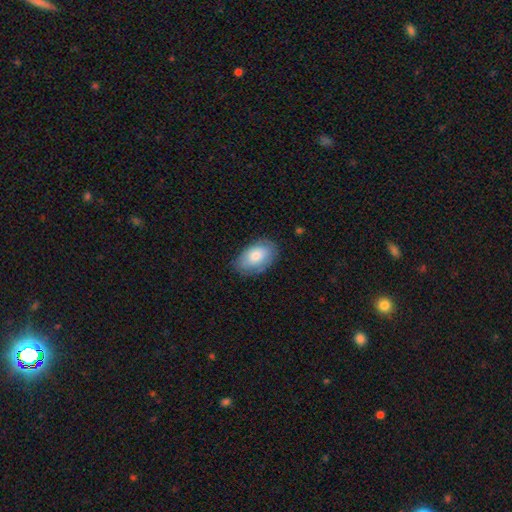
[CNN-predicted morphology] This is likely a smooth galaxy (76%). How rounded: clearly in between (92%). Merging: likely none (79%).